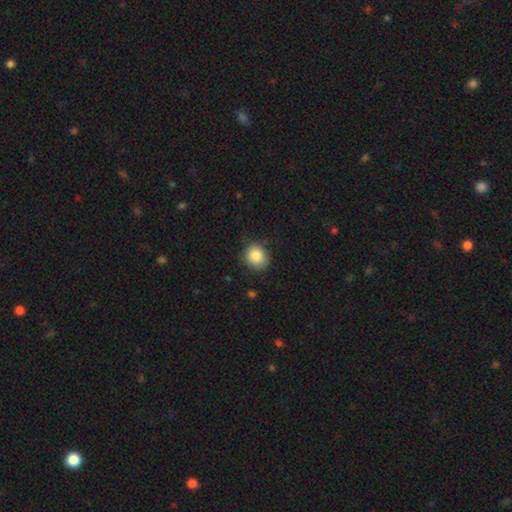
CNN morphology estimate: The model was most divided on "how rounded": round: 71%, in between: 28%, cigar-shaped: 1%. More confident: smooth or featured — smooth (85%); merging — none (76%).